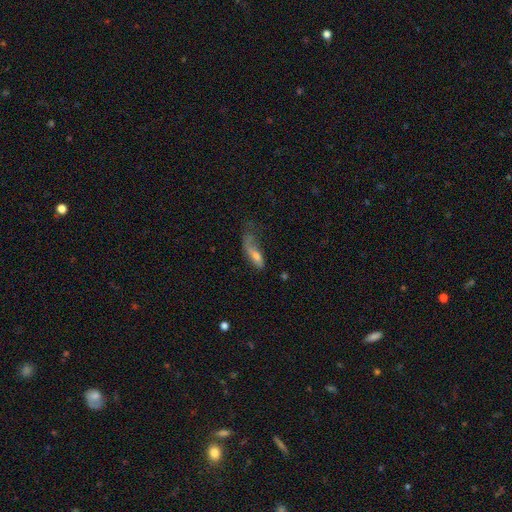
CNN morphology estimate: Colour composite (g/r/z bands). It shows a smooth galaxy with no disk features (56%) that is in between round and cigar-shaped (50%). Merging: major disturbance (47%).